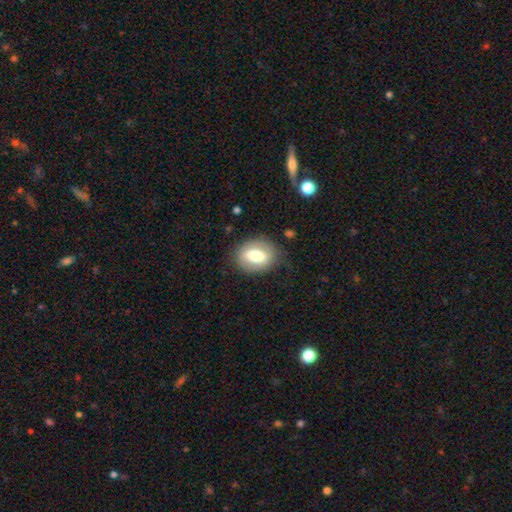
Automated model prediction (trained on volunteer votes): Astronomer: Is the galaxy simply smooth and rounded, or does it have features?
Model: smooth — 63%.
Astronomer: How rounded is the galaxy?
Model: in between — 68%.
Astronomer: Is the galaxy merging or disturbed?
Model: none — 78%.